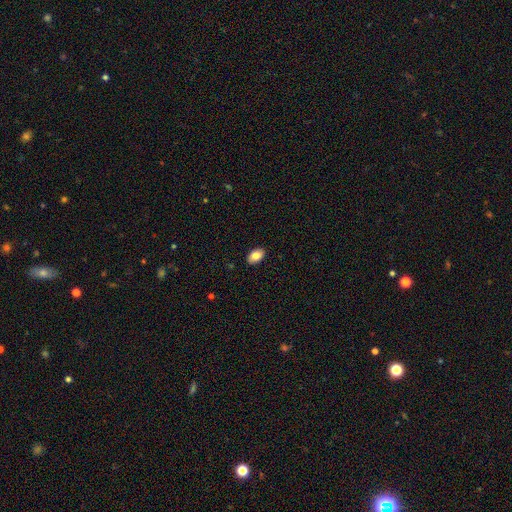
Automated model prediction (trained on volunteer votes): smooth-or-featured: smooth: 84% | featured or disk: 9% | star or artifact: 7%
  how-rounded: in between: 90% | round: 8% | cigar-shaped: 1%
  merging: none: 90% | minor disturbance: 8% | major disturbance: 2% | merger: 1%